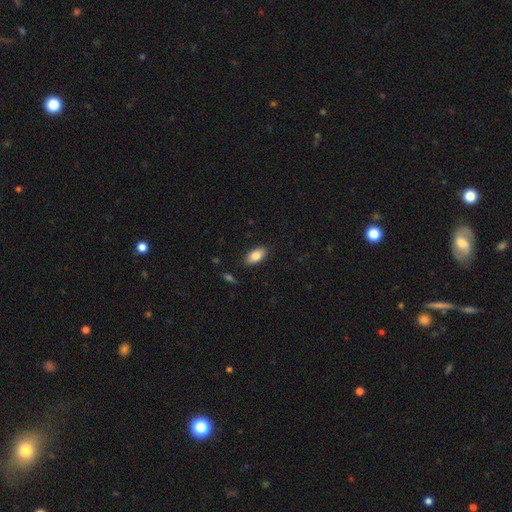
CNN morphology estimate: This is clearly a smooth galaxy (83%). How rounded: clearly in between (91%). Merging: clearly none (88%).